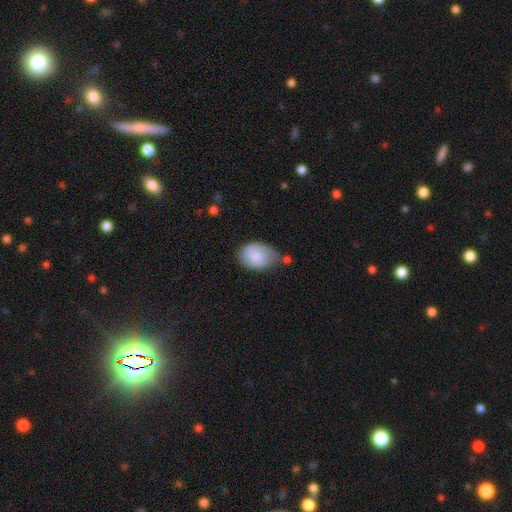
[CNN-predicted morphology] Smooth or featured? smooth (72%)
How rounded? in between (76%)
Merging? none (44%)